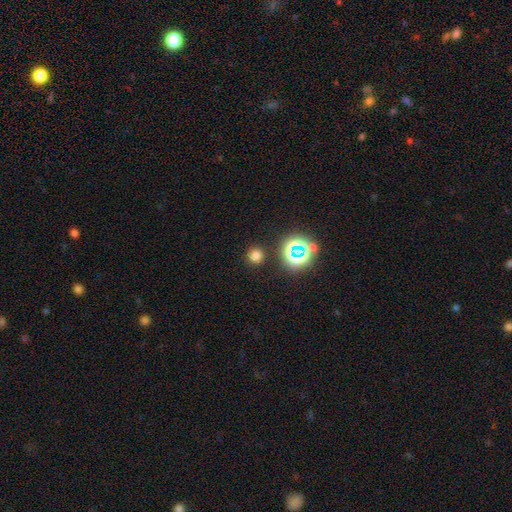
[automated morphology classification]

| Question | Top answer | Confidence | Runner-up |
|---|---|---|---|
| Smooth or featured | smooth | 71% | star or artifact (23%) |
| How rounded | round | 92% | in between (7%) |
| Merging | none | 89% | minor disturbance (6%) |